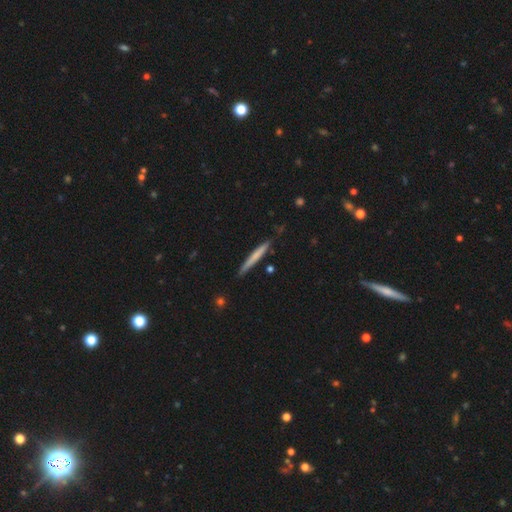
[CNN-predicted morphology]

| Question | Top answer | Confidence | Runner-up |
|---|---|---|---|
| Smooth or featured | smooth | 63% | featured or disk (32%) |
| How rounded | cigar-shaped | 96% | in between (2%) |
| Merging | none | 86% | minor disturbance (11%) |